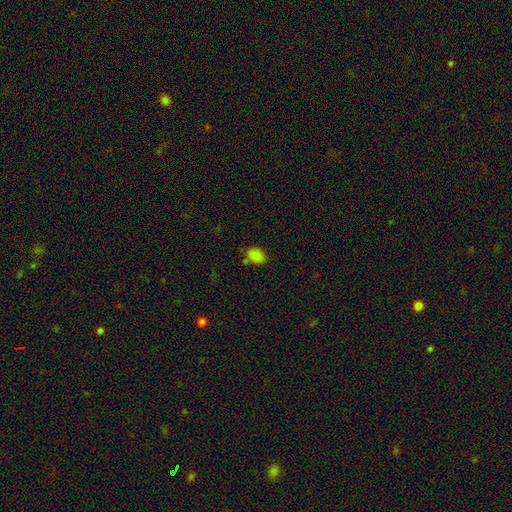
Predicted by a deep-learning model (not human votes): Q: Smooth or featured?
A: smooth (82%); runner-up: star or artifact (13%)
Q: How rounded?
A: in between (76%); runner-up: round (23%)
Q: Merging?
A: none (66%); runner-up: minor disturbance (21%)